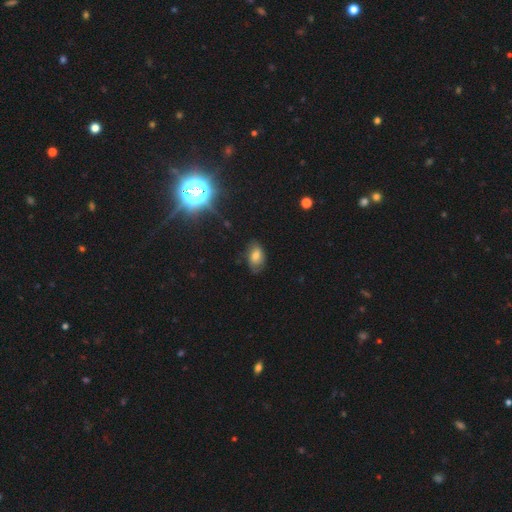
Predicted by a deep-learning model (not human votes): The model was most divided on "smooth or featured": smooth: 64%, featured or disk: 22%, star or artifact: 14%. More confident: how rounded — in between (87%); merging — none (67%).